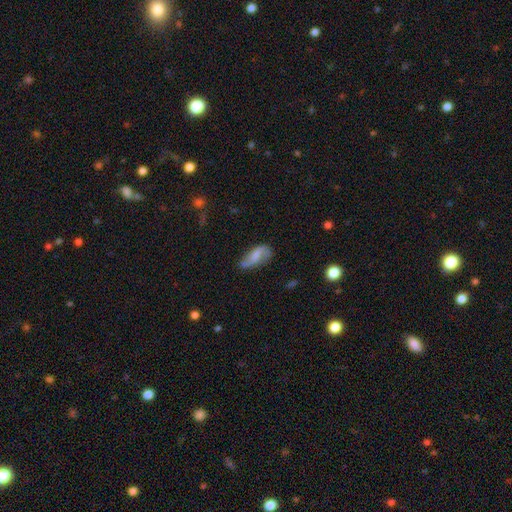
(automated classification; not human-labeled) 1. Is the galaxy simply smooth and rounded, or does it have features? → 47% featured or disk, 45% smooth, 8% star or artifact.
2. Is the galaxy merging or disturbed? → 51% none, 29% minor disturbance, 14% major disturbance, 5% merger.